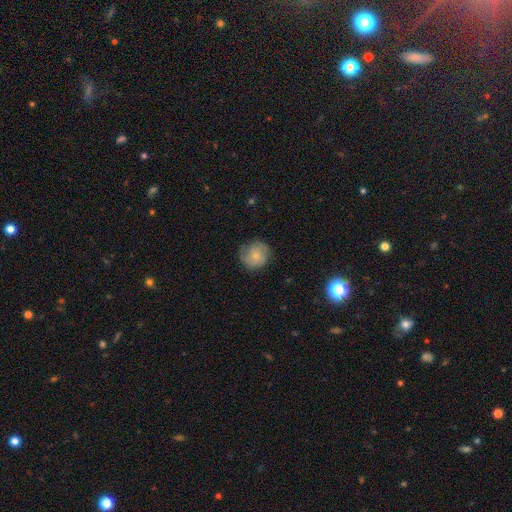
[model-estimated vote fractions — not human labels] smooth_or_featured: smooth (p=0.56) [alt: featured or disk p=0.37]
how_rounded: round (p=0.87) [alt: in between p=0.12]
merging: none (p=0.69) [alt: minor disturbance p=0.22]